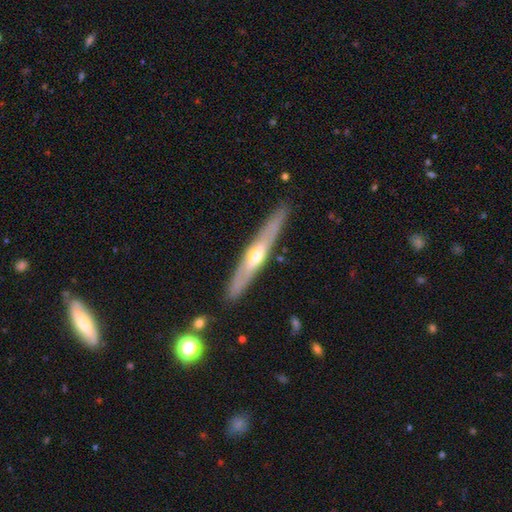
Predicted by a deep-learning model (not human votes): This appears to be a featured or disk galaxy (67%) viewed edge-on (85%) with a rounded central bulge (82%). Merging: none (88%).